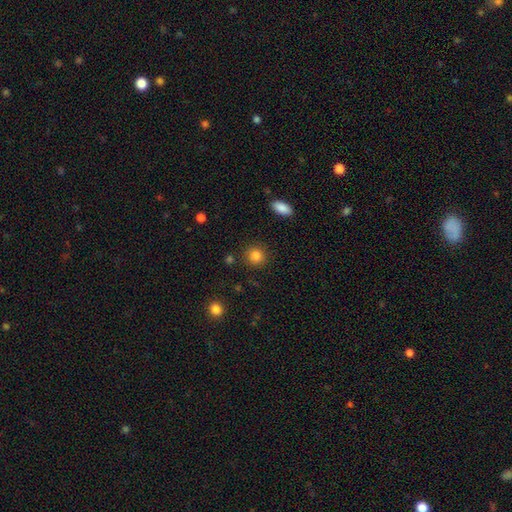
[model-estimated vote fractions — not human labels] smooth_or_featured: smooth (p=0.86) [alt: star or artifact p=0.10]
how_rounded: round (p=0.88) [alt: in between p=0.11]
merging: none (p=0.88) [alt: minor disturbance p=0.07]